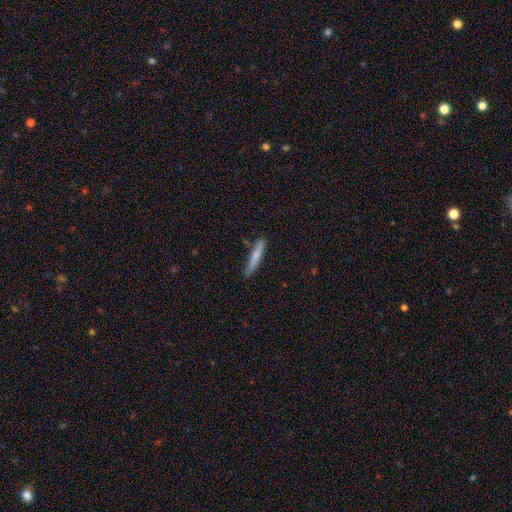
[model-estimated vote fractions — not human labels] This appears to be a smooth galaxy with no disk features (69%) that is cigar-shaped (93%). Merging: none (75%).